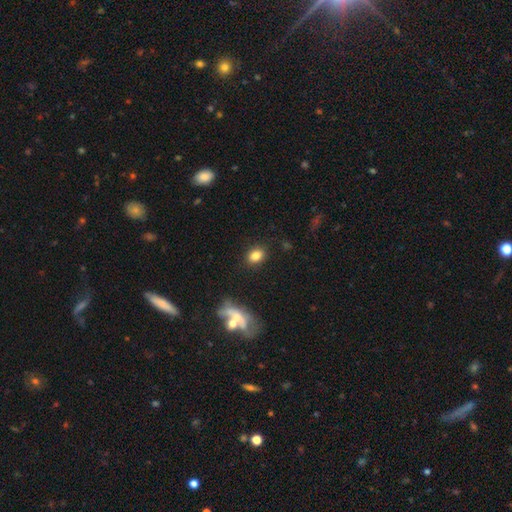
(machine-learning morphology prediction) Smooth or featured?
  - smooth: 81% *
  - star or artifact: 11%
  - featured or disk: 8%
How rounded?
  - in between: 69% *
  - round: 29%
  - cigar-shaped: 2%
Merging?
  - none: 86% *
  - minor disturbance: 9%
  - major disturbance: 3%
  - merger: 2%